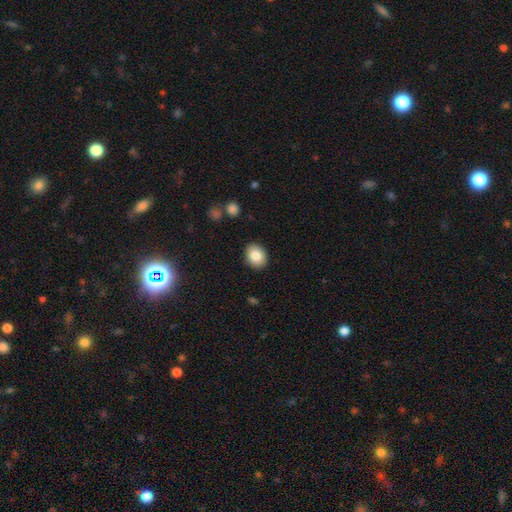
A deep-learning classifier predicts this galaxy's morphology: This is clearly a smooth galaxy (84%). How rounded: possibly in between (50%). Merging: clearly none (89%).